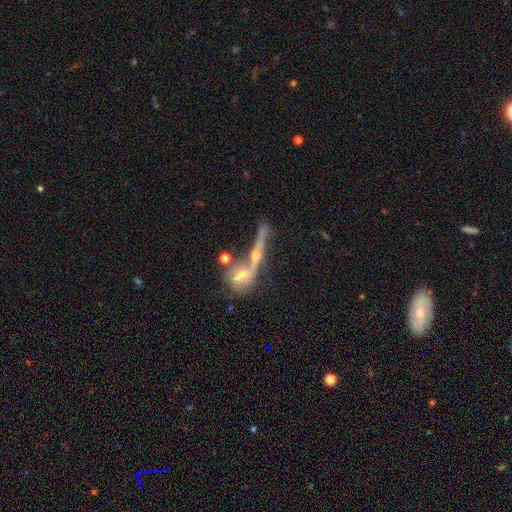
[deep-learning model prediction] A featured or disk galaxy (57%) viewed edge-on (72%).

Vote fractions:
- Smooth or featured? featured or disk: 57% / smooth: 32% / star or artifact: 12%
- Edge-on disk? yes: 72% / no: 28%
- Merging? merger: 45% / none: 37% / minor disturbance: 11% / major disturbance: 7%